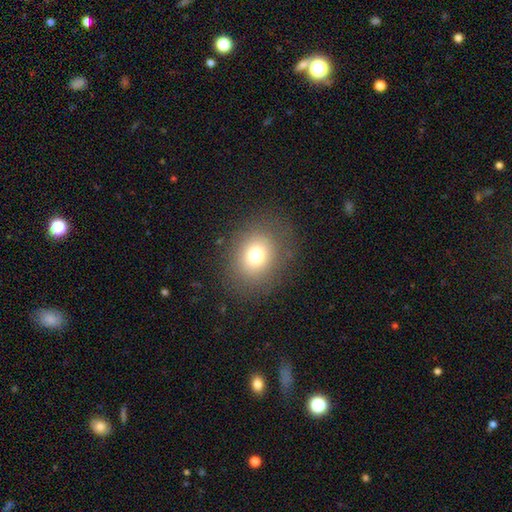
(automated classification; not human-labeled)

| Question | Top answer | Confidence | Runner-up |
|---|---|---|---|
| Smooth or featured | smooth | 73% | star or artifact (15%) |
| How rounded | round | 60% | in between (39%) |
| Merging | none | 83% | minor disturbance (10%) |